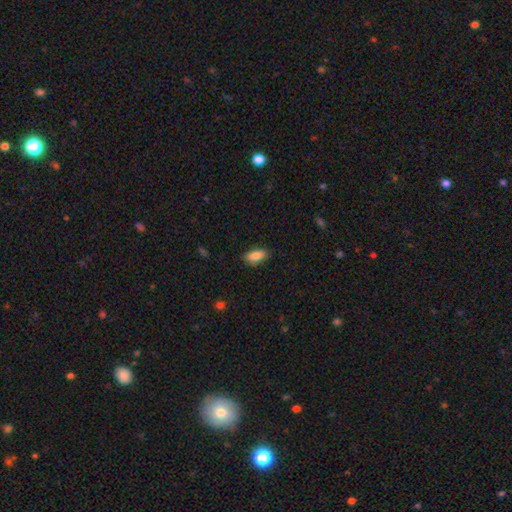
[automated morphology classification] smooth-or-featured: smooth: 85% | featured or disk: 8% | star or artifact: 7%
  how-rounded: in between: 87% | cigar-shaped: 10% | round: 3%
  merging: none: 82% | minor disturbance: 14% | major disturbance: 3% | merger: 1%